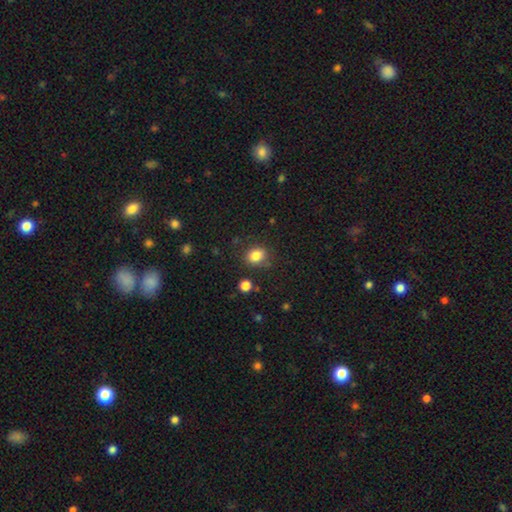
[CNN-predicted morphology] Smooth or featured? smooth (83%)
How rounded? round (56%)
Merging? none (78%)